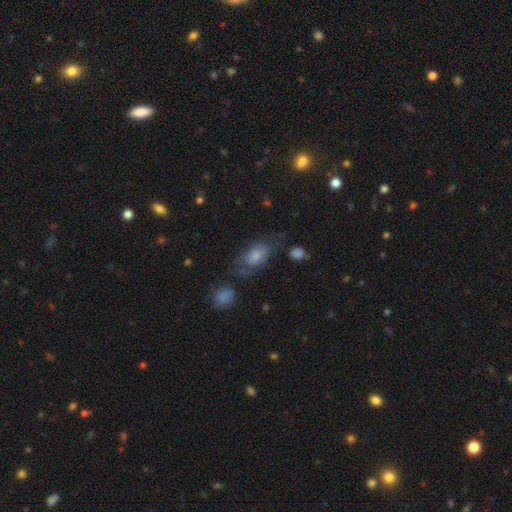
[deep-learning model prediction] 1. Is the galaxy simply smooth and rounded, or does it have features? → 55% smooth, 29% featured or disk, 16% star or artifact.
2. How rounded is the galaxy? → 83% in between, 11% round, 7% cigar-shaped.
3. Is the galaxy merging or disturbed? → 55% none, 24% minor disturbance, 15% major disturbance, 6% merger.